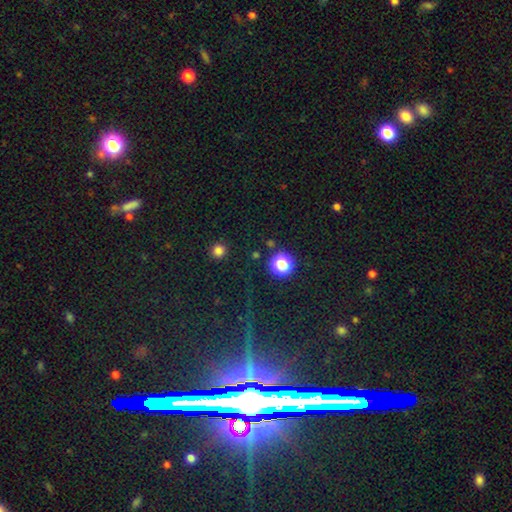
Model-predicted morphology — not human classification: Smooth or featured: smooth — 51% (star or artifact — 43%)
How rounded: round — 93% (in between — 6%)
Merging: none — 89% (minor disturbance — 5%)